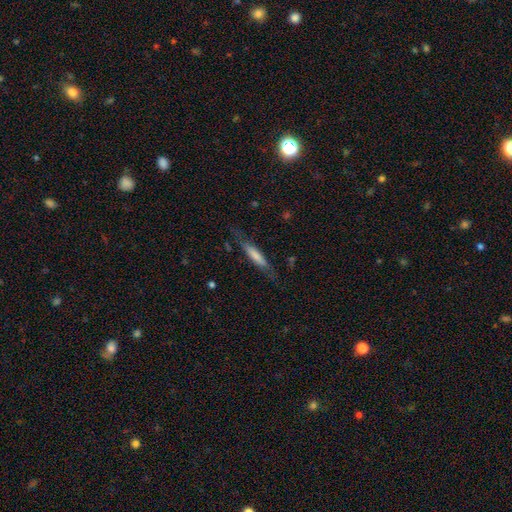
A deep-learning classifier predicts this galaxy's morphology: This appears to be a smooth galaxy with no disk features (60%) that is cigar-shaped (85%). Merging: none (73%).